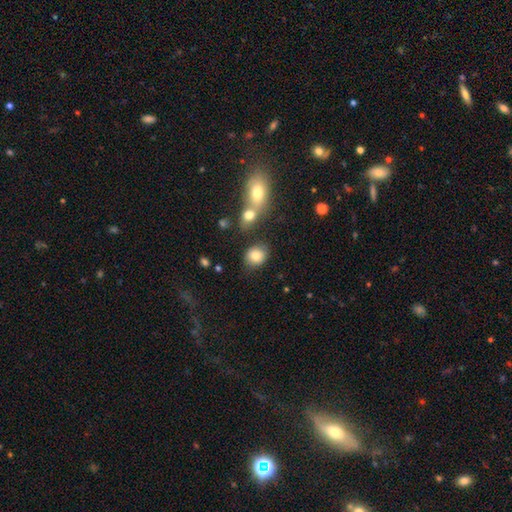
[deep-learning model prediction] Overall: smooth (82%). How rounded: round (59%; in between 40%). Merging: none (74%).